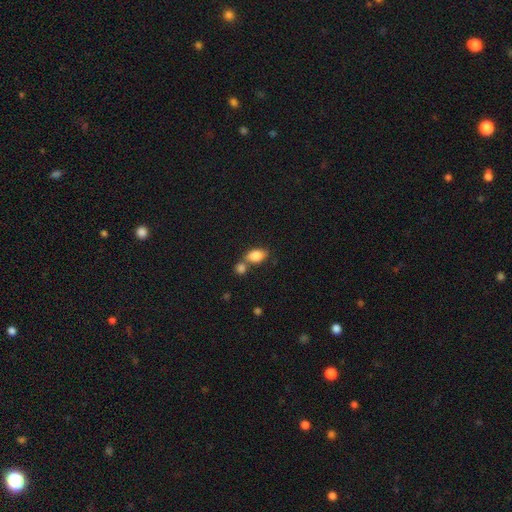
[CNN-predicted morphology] Q: Smooth or featured?
A: smooth (84%); runner-up: star or artifact (8%)
Q: How rounded?
A: in between (86%); runner-up: round (11%)
Q: Merging?
A: none (48%); runner-up: merger (36%)